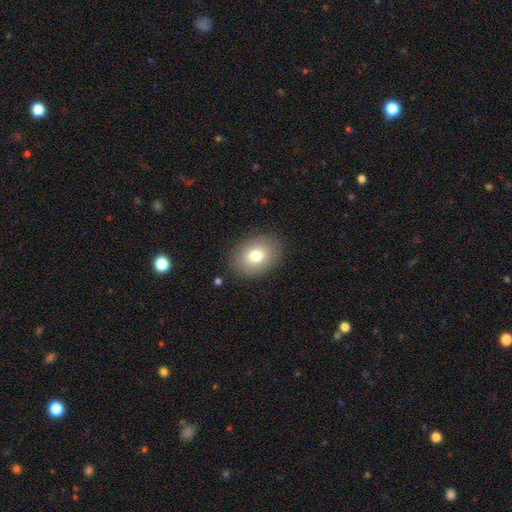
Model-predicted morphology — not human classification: A smooth galaxy with no disk features (78%) that is in between round and cigar-shaped (64%).

Vote fractions:
- Smooth or featured? smooth: 78% / featured or disk: 13% / star or artifact: 10%
- How rounded? in between: 64% / round: 36% / cigar-shaped: 1%
- Merging? none: 87% / minor disturbance: 9% / major disturbance: 3% / merger: 1%